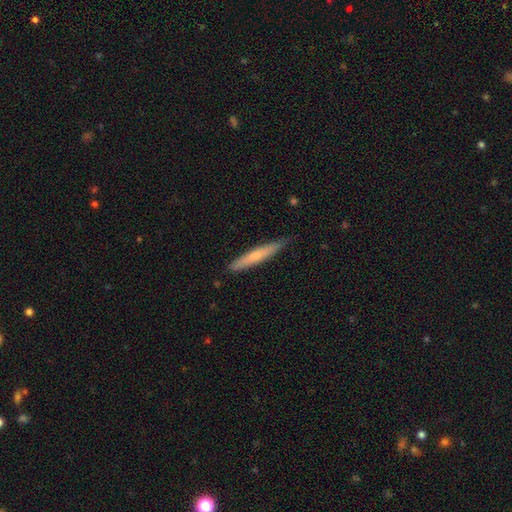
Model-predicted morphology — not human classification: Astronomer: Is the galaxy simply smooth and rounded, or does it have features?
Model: smooth — 62%.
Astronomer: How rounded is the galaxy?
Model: cigar-shaped — 94%.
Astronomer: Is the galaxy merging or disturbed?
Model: none — 84%.